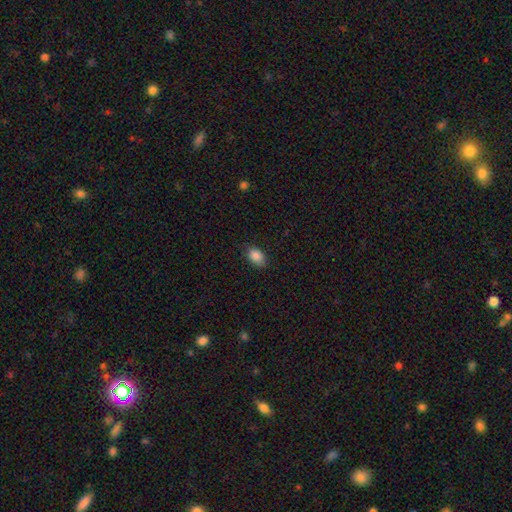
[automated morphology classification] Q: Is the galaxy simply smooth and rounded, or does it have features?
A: smooth — 87%.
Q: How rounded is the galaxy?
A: in between — 87%.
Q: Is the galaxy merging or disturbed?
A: none — 81%.